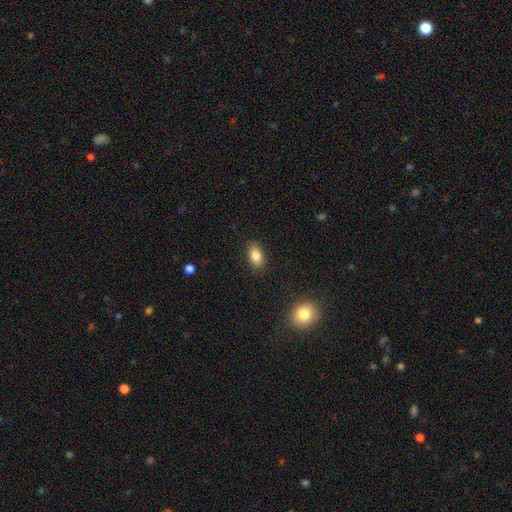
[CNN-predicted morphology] This appears to be a smooth galaxy with no disk features (85%) that is in between round and cigar-shaped (90%). Merging: none (87%).